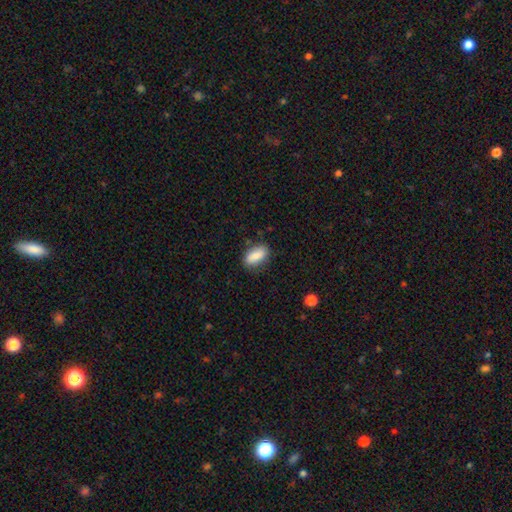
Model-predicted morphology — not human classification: smooth 84%, featured or disk 9%, star or artifact 7%. Down the decision tree: how rounded — in between (88%); merging — none (79%).